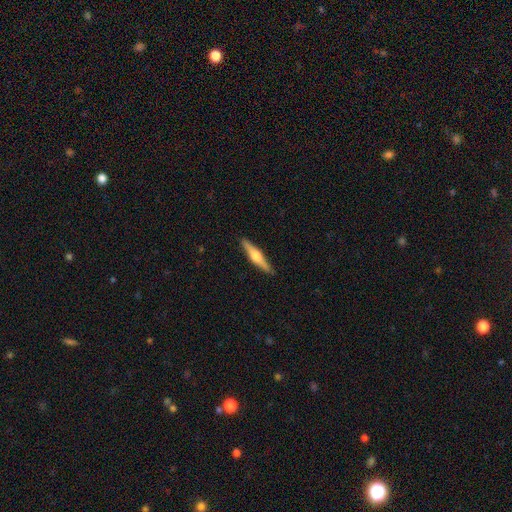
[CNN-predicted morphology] A featured or disk galaxy (63%) viewed edge-on (97%) with a rounded central bulge (91%). Merging: none (90%).